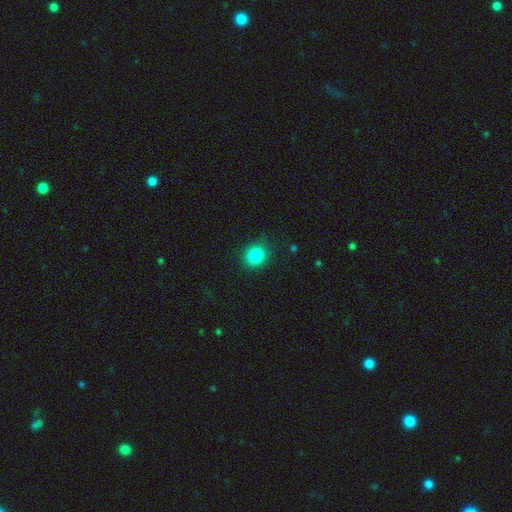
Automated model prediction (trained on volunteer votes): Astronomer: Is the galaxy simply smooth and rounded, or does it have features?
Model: smooth — 86%.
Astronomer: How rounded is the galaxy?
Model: round — 80%.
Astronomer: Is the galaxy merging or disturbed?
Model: none — 87%.